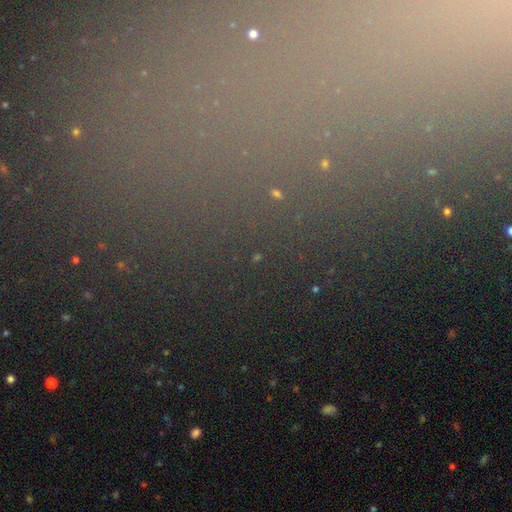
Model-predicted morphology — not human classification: This is likely a star or artifact rather than a galaxy (76%).